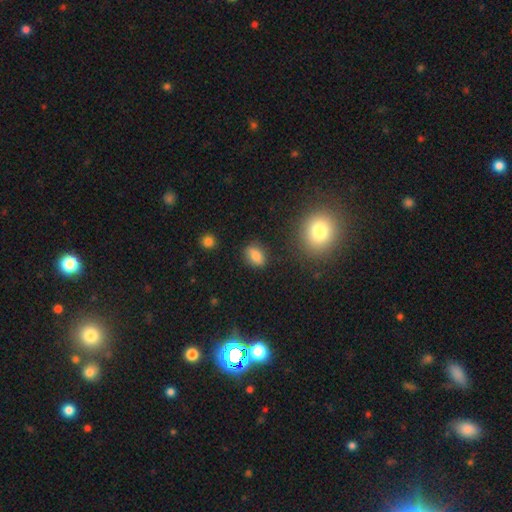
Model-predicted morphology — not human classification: Smooth or featured? smooth (81%)
How rounded? in between (76%)
Merging? none (82%)